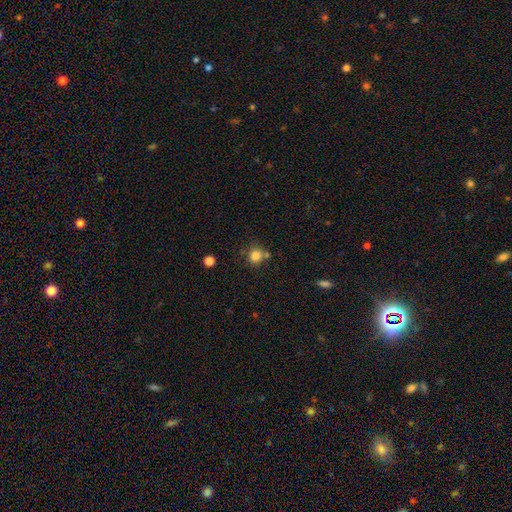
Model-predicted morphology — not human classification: Smooth or featured? Predicted: smooth (p=0.83). How rounded? Predicted: round (p=0.89). Merging? Predicted: none (p=0.68).